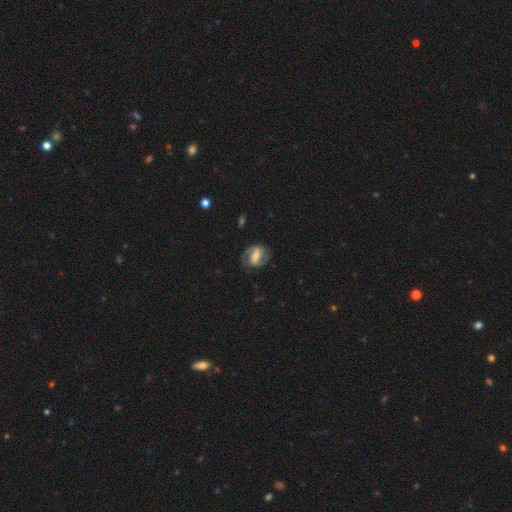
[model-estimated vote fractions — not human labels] featured or disk 75%, smooth 19%, star or artifact 6%. Down the decision tree: edge-on disk — no (96%); bar — strong (53%); spiral arms — yes (89%); spiral arm count — 2 (85%); spiral winding — medium (46%); bulge size — moderate (48%); merging — none (77%).